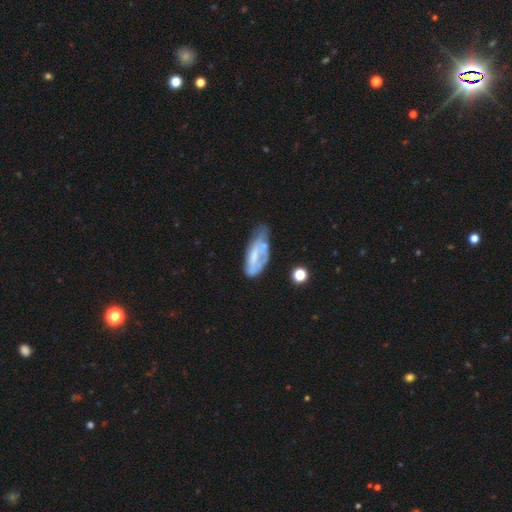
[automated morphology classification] featured or disk 50%, smooth 42%, star or artifact 9%. Down the decision tree: merging — minor disturbance (36%).